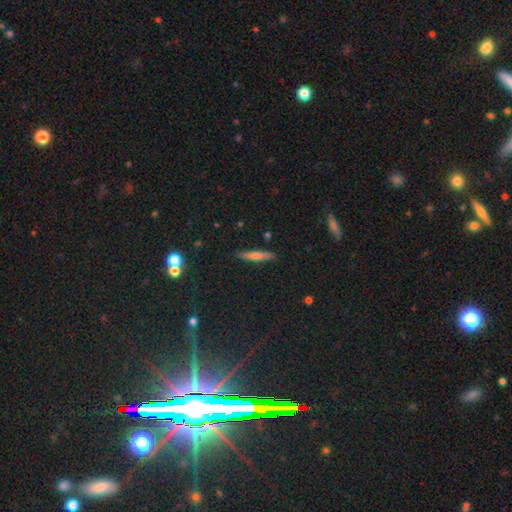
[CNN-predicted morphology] Overall: smooth (53%; featured or disk 37%). How rounded: cigar-shaped (90%). Merging: none (88%).